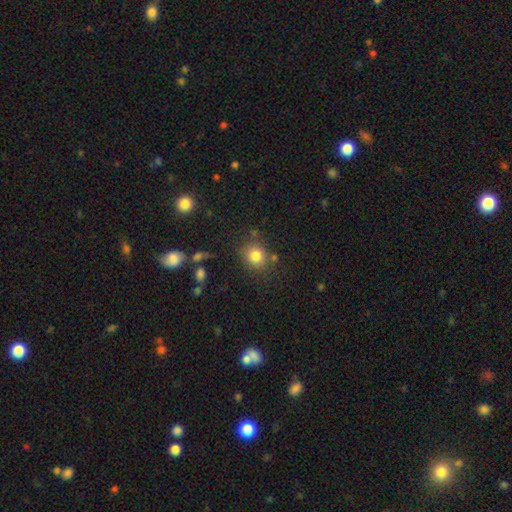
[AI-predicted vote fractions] Smooth or featured?
  - smooth: 81% *
  - star or artifact: 12%
  - featured or disk: 7%
How rounded?
  - round: 78% *
  - in between: 21%
  - cigar-shaped: 1%
Merging?
  - none: 79% *
  - minor disturbance: 12%
  - merger: 5%
  - major disturbance: 4%